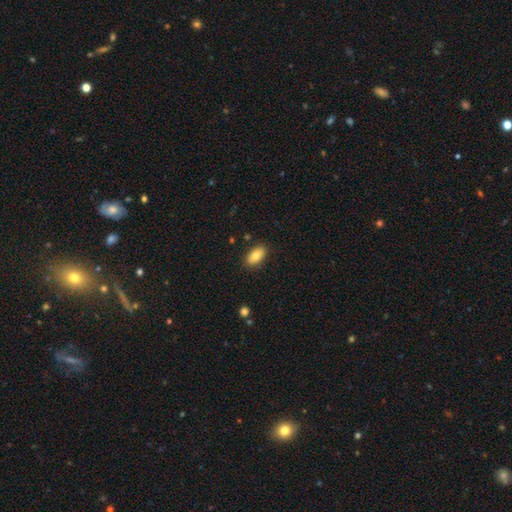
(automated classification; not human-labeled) A smooth galaxy with no disk features (79%) that is in between round and cigar-shaped (92%). Merging: none (87%).